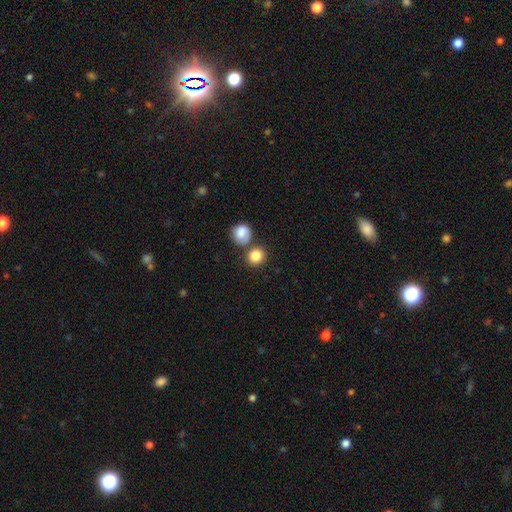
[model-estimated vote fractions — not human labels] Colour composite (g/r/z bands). It shows a smooth galaxy with no disk features (85%) that is round (86%). Merging: none (65%).